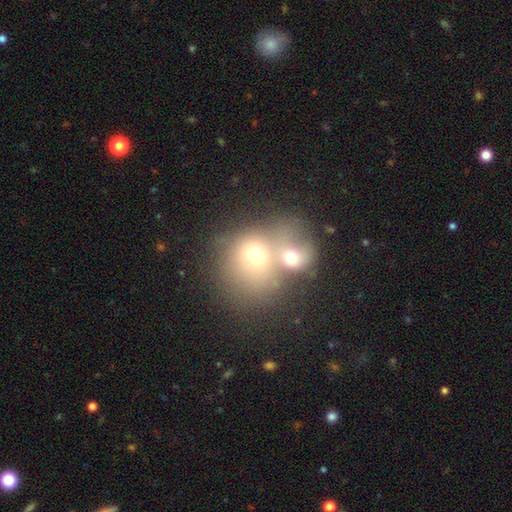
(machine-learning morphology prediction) smooth 64%, featured or disk 22%, star or artifact 14%. Down the decision tree: how rounded — round (68%); merging — merger (71%).